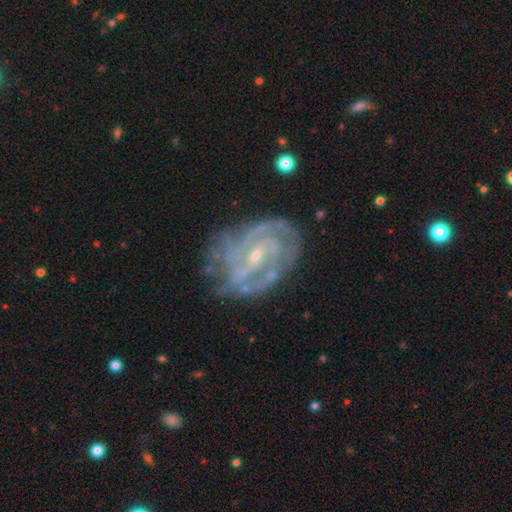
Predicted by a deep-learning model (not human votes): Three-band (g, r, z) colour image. It shows a featured or disk galaxy (89%) with a weak bar (46%), 2 (43%) tight (49%) spiral arms (94%) and a small central bulge (74%). Merging: none (68%).